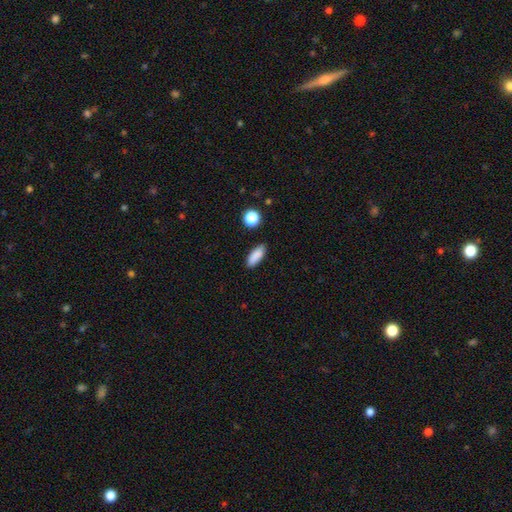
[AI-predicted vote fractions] Overall: smooth (87%). How rounded: in between (72%). Merging: none (86%).